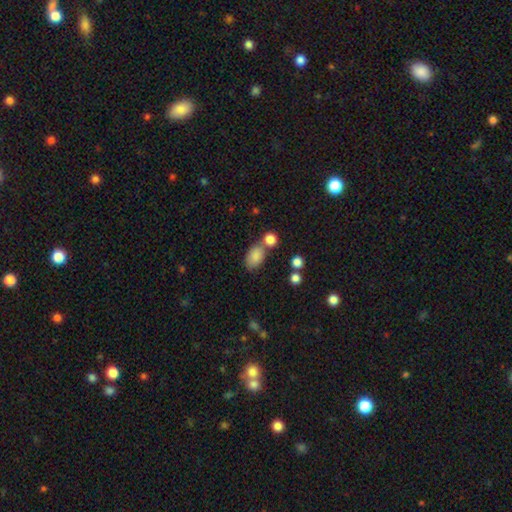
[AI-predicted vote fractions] A smooth galaxy with no disk features (85%) that is in between round and cigar-shaped (85%). Merging: none (54%).